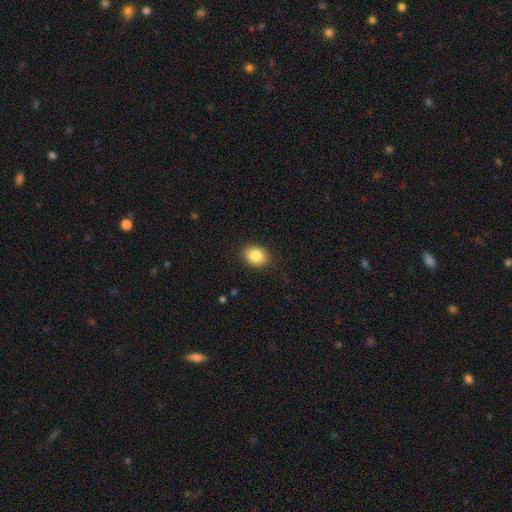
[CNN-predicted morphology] A smooth galaxy with no disk features (85%) that is in between round and cigar-shaped (56%).

Vote fractions:
- Smooth or featured? smooth: 85% / star or artifact: 9% / featured or disk: 6%
- How rounded? in between: 56% / round: 43% / cigar-shaped: 1%
- Merging? none: 88% / minor disturbance: 9% / major disturbance: 2% / merger: 1%